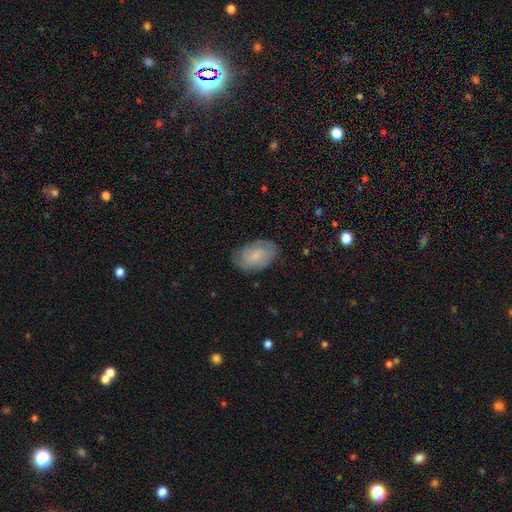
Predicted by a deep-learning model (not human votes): Q: Smooth or featured?
A: smooth (57%); runner-up: featured or disk (35%)
Q: How rounded?
A: in between (90%); runner-up: round (9%)
Q: Merging?
A: none (77%); runner-up: minor disturbance (17%)